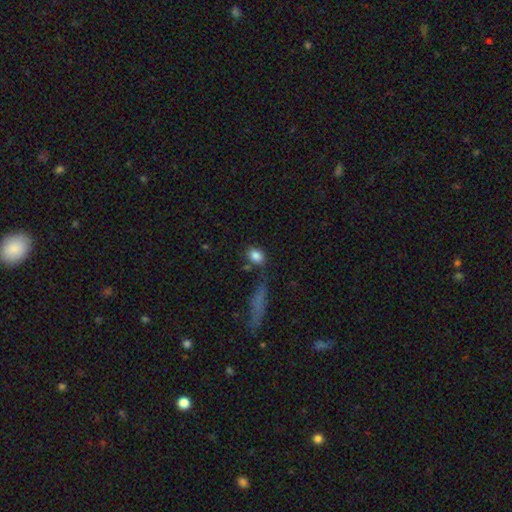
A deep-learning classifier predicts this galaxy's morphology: smooth 84%, star or artifact 9%, featured or disk 7%. Down the decision tree: how rounded — in between (72%); merging — none (71%).